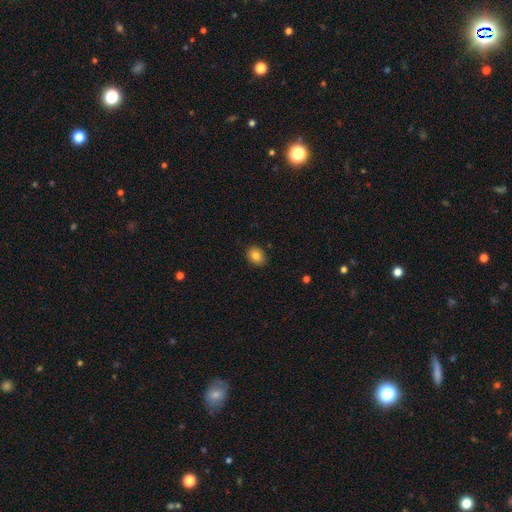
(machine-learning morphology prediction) smooth 83%, star or artifact 9%, featured or disk 8%. Down the decision tree: how rounded — in between (57%); merging — none (87%).